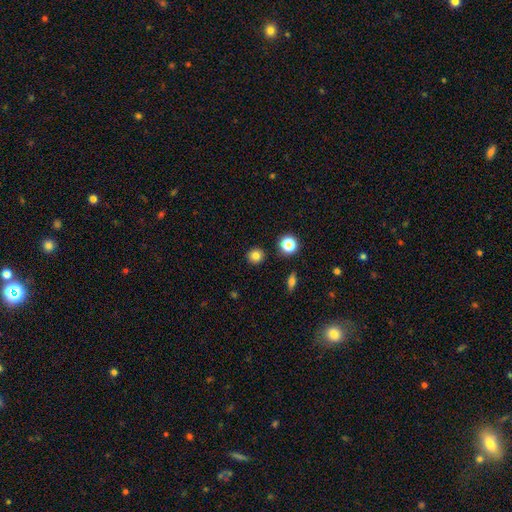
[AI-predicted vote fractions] Smooth or featured?
  - smooth: 81% *
  - star or artifact: 13%
  - featured or disk: 6%
How rounded?
  - round: 90% *
  - in between: 9%
  - cigar-shaped: 1%
Merging?
  - none: 90% *
  - minor disturbance: 6%
  - major disturbance: 2%
  - merger: 2%